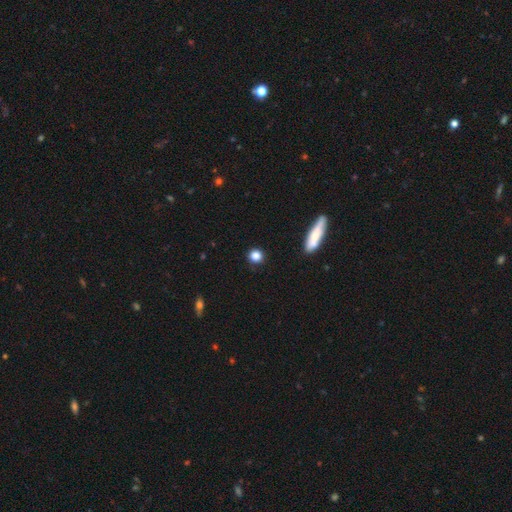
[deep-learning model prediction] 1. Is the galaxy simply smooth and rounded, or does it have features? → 85% smooth, 11% star or artifact, 5% featured or disk.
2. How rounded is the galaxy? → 86% round, 12% in between, 3% cigar-shaped.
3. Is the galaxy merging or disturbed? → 86% none, 9% minor disturbance, 2% major disturbance, 2% merger.